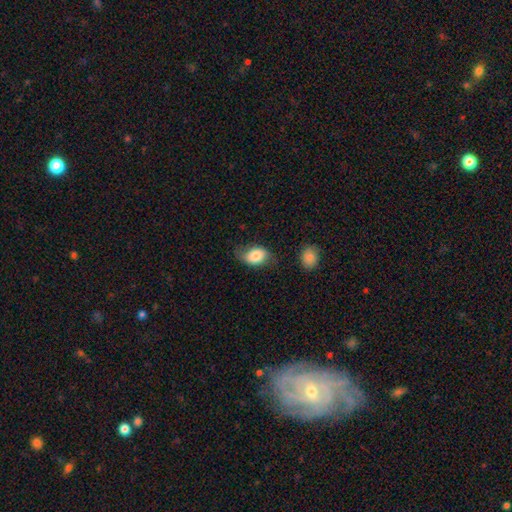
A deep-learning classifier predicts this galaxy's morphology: Smooth or featured? Predicted: smooth (p=0.76). How rounded? Predicted: in between (p=0.81). Merging? Predicted: none (p=0.54).